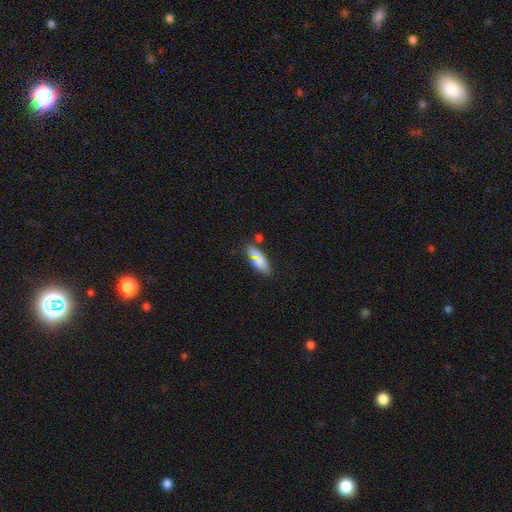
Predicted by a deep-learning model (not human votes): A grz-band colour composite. It shows a smooth galaxy with no disk features (74%) that is in between round and cigar-shaped (68%). Merging: none (74%).